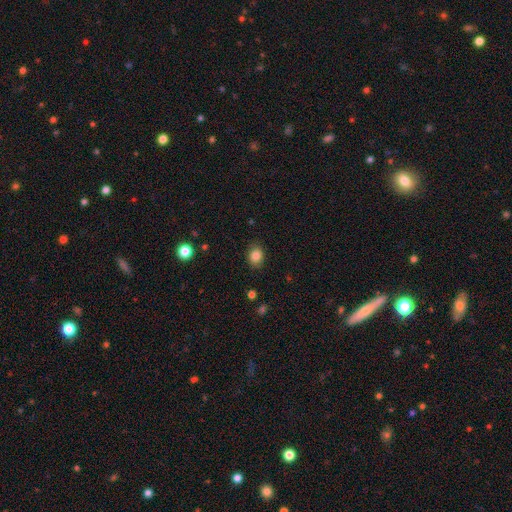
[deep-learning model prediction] This appears to be a smooth galaxy with no disk features (85%) that is in between round and cigar-shaped (56%). Merging: none (85%).